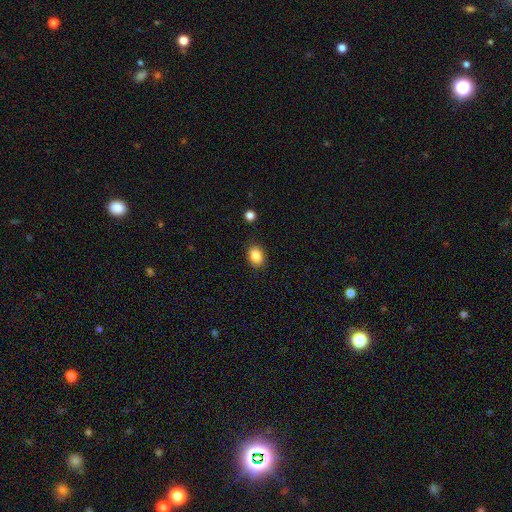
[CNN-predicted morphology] Smooth or featured: smooth — 85% (star or artifact — 9%)
How rounded: in between — 62% (round — 37%)
Merging: none — 87% (minor disturbance — 9%)